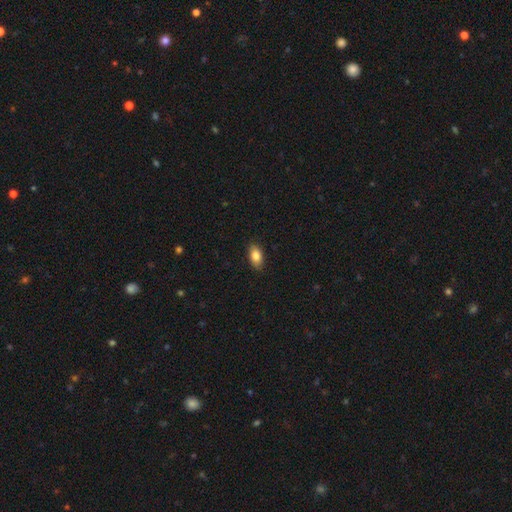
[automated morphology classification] A smooth galaxy with no disk features (85%) that is in between round and cigar-shaped (91%). Merging: none (88%).